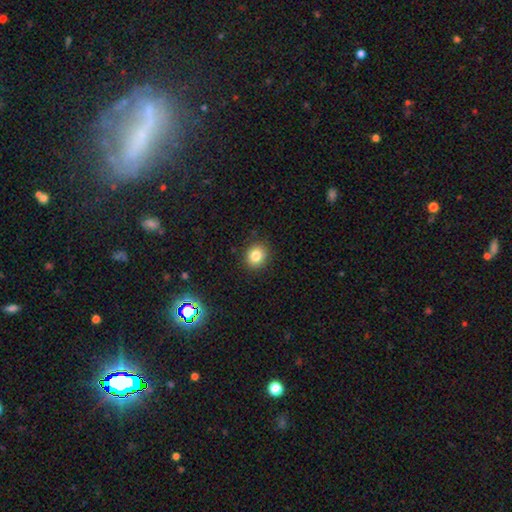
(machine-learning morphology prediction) A smooth galaxy with no disk features (82%) that is round (75%). Merging: none (89%).